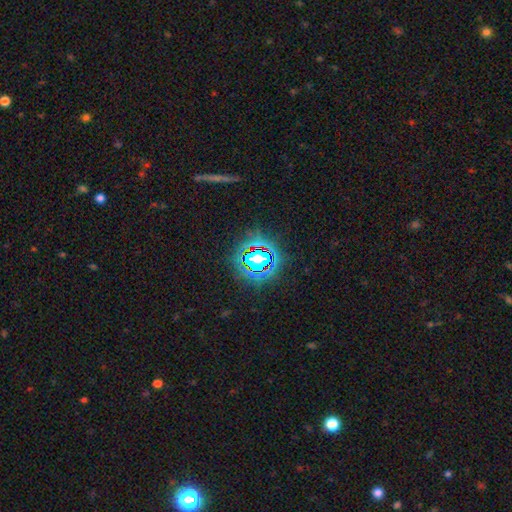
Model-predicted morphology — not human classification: Q: Smooth or featured?
A: star or artifact (70%); runner-up: smooth (19%)